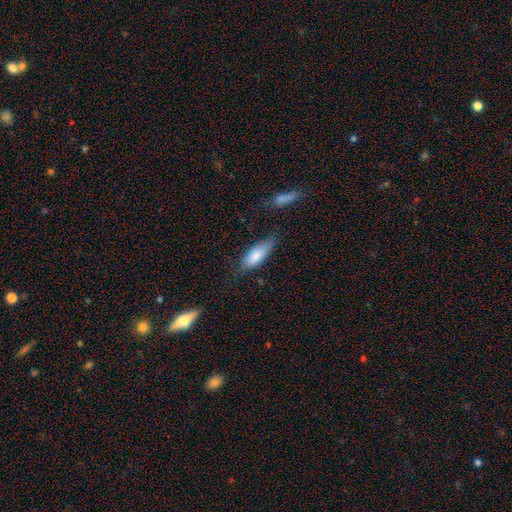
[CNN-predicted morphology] Q: Smooth or featured?
A: smooth (81%); runner-up: featured or disk (13%)
Q: How rounded?
A: in between (74%); runner-up: cigar-shaped (24%)
Q: Merging?
A: none (61%); runner-up: minor disturbance (28%)